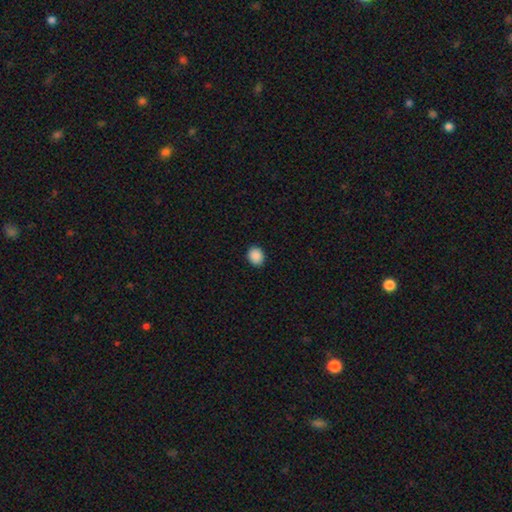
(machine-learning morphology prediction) Smooth or featured: smooth — 89% (star or artifact — 8%)
How rounded: round — 57% (in between — 42%)
Merging: none — 90% (minor disturbance — 7%)